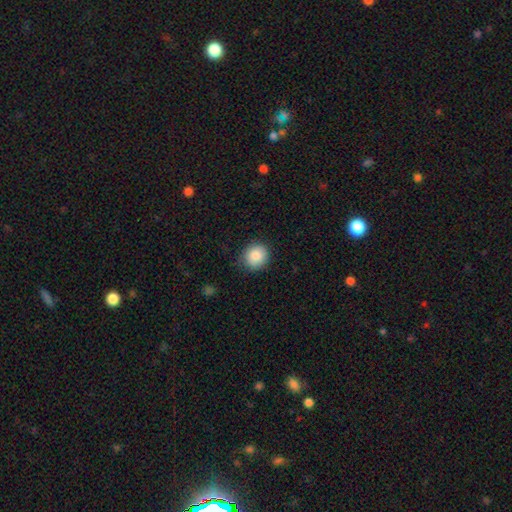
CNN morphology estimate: Smooth or featured?
  - smooth: 86% *
  - star or artifact: 8%
  - featured or disk: 5%
How rounded?
  - round: 84% *
  - in between: 16%
  - cigar-shaped: 1%
Merging?
  - none: 83% *
  - minor disturbance: 13%
  - major disturbance: 3%
  - merger: 1%